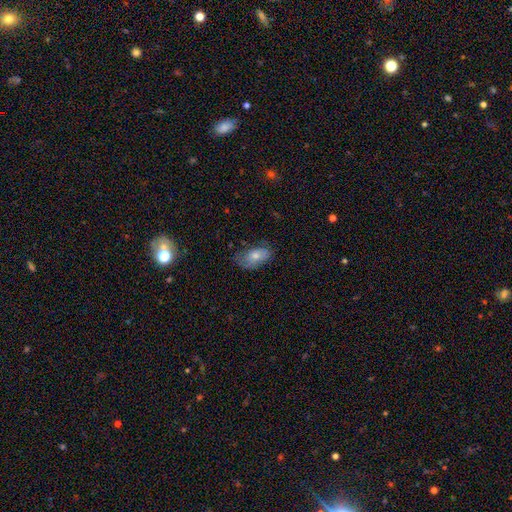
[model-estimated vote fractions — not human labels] A smooth galaxy with no disk features (69%) that is in between round and cigar-shaped (92%). Merging: none (54%).